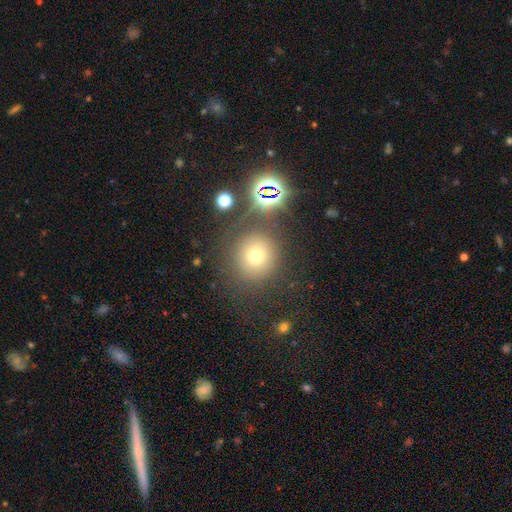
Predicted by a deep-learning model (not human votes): Smooth or featured?
  - smooth: 66% *
  - star or artifact: 23%
  - featured or disk: 12%
How rounded?
  - round: 91% *
  - in between: 8%
  - cigar-shaped: 1%
Merging?
  - none: 78% *
  - minor disturbance: 10%
  - merger: 6%
  - major disturbance: 5%